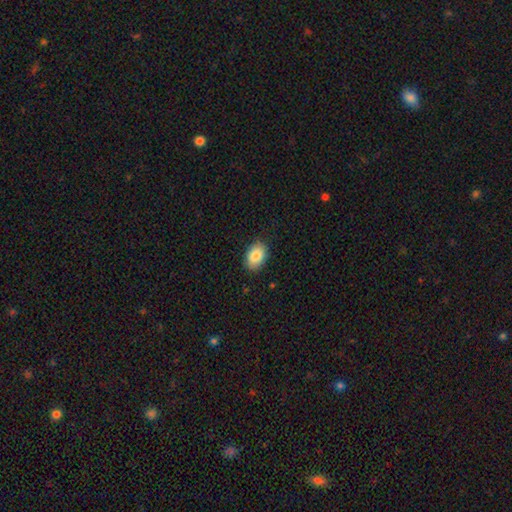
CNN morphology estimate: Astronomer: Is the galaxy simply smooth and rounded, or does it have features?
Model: smooth — 86%.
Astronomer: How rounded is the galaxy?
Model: in between — 84%.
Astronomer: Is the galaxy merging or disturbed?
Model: none — 86%.